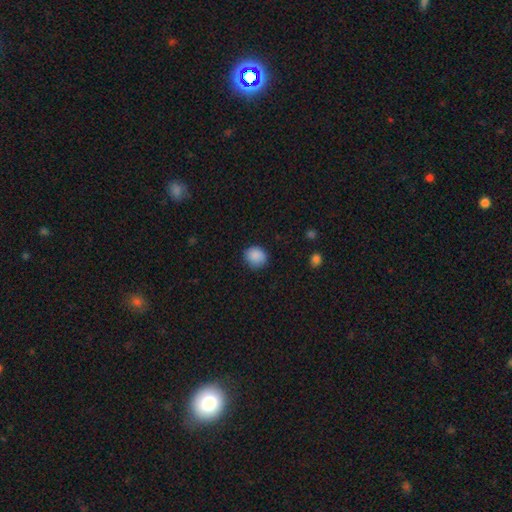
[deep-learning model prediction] smooth-or-featured: smooth: 88% | star or artifact: 8% | featured or disk: 4%
  how-rounded: round: 80% | in between: 19% | cigar-shaped: 1%
  merging: none: 81% | minor disturbance: 15% | major disturbance: 3% | merger: 1%